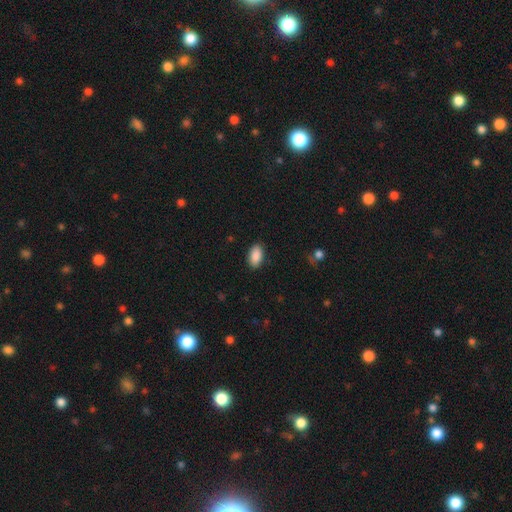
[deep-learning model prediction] A smooth galaxy with no disk features (90%) that is in between round and cigar-shaped (93%).

Vote fractions:
- Smooth or featured? smooth: 90% / star or artifact: 7% / featured or disk: 4%
- How rounded? in between: 93% / round: 5% / cigar-shaped: 2%
- Merging? none: 88% / minor disturbance: 9% / major disturbance: 2% / merger: 1%